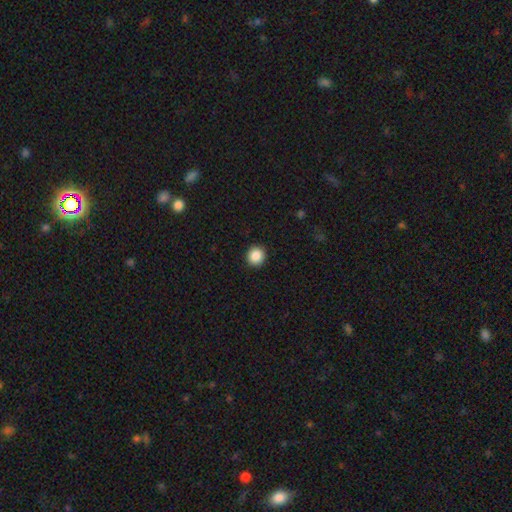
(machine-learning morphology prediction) This is clearly a smooth galaxy (88%). How rounded: clearly round (91%). Merging: clearly none (93%).